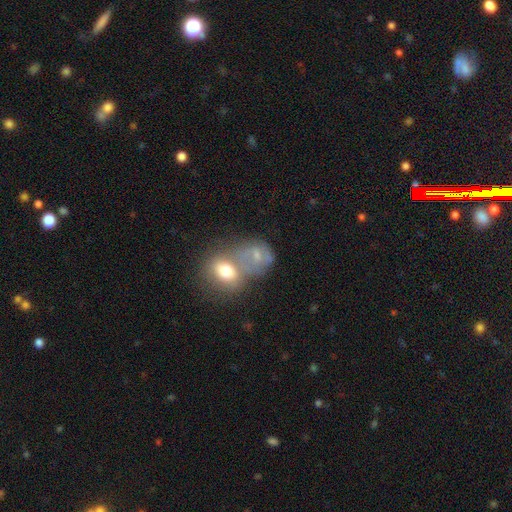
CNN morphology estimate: smooth-or-featured: smooth: 54% | featured or disk: 33% | star or artifact: 14%
  how-rounded: round: 52% | in between: 46% | cigar-shaped: 2%
  merging: merger: 56% | none: 25% | minor disturbance: 11% | major disturbance: 9%